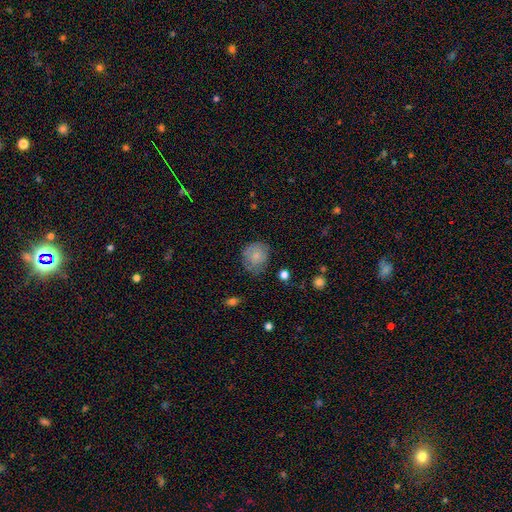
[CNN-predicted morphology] Smooth or featured?
  - smooth: 74% *
  - featured or disk: 18%
  - star or artifact: 8%
How rounded?
  - round: 69% *
  - in between: 30%
  - cigar-shaped: 1%
Merging?
  - none: 62% *
  - minor disturbance: 27%
  - major disturbance: 9%
  - merger: 2%